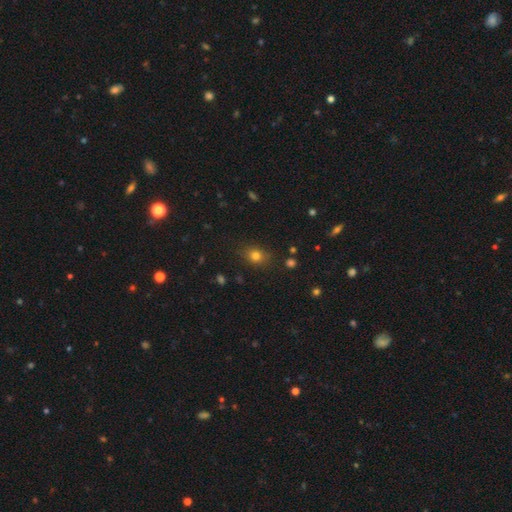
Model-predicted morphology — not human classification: Q: Smooth or featured?
A: smooth (78%); runner-up: star or artifact (14%)
Q: How rounded?
A: round (55%); runner-up: in between (44%)
Q: Merging?
A: none (82%); runner-up: minor disturbance (13%)